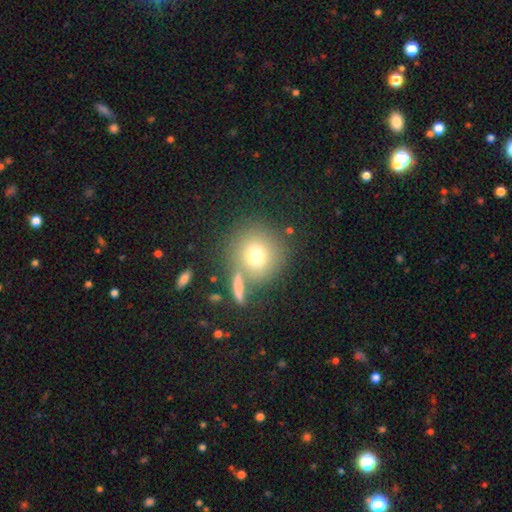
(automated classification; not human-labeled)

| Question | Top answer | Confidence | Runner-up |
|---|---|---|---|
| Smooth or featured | smooth | 73% | featured or disk (14%) |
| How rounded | round | 91% | in between (8%) |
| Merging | none | 70% | merger (14%) |